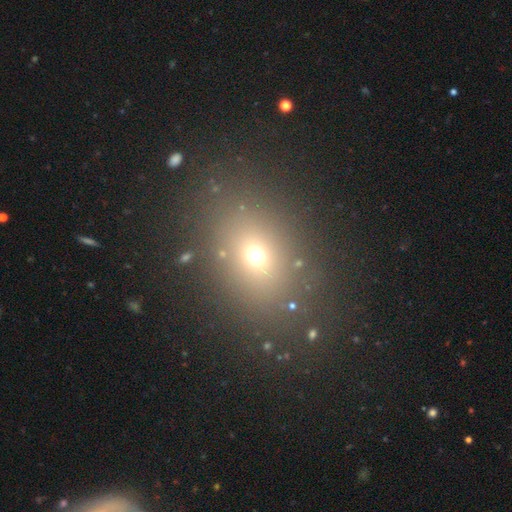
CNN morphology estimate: Q: Smooth or featured?
A: smooth (65%); runner-up: star or artifact (24%)
Q: How rounded?
A: in between (59%); runner-up: round (39%)
Q: Merging?
A: none (84%); runner-up: minor disturbance (9%)